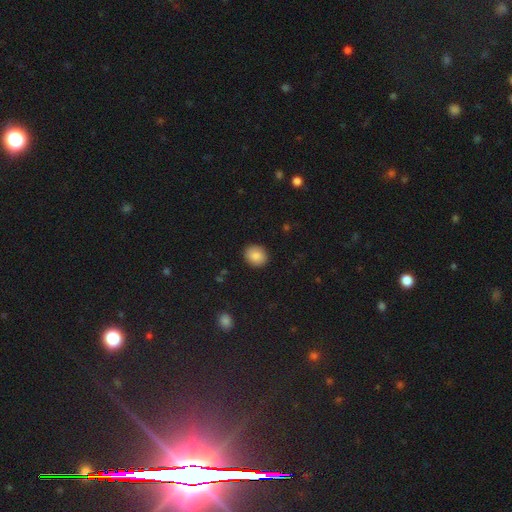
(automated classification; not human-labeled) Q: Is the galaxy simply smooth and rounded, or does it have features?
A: smooth — 87%.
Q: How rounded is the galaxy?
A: round — 69%.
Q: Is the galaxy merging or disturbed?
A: none — 90%.